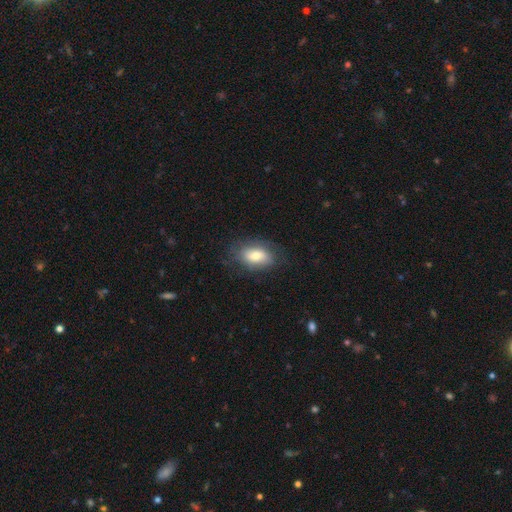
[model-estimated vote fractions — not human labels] This appears to be a smooth galaxy with no disk features (68%) that is in between round and cigar-shaped (89%). Merging: none (73%).